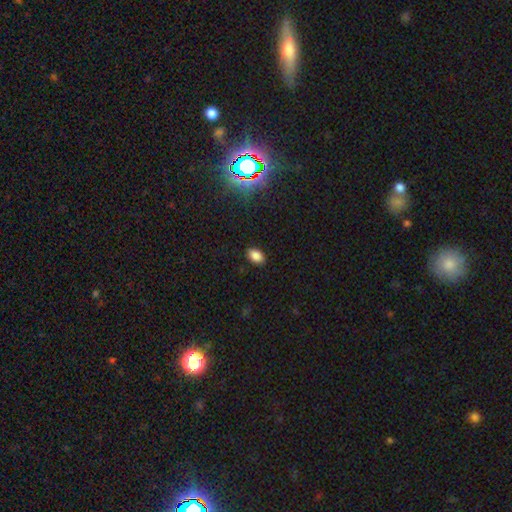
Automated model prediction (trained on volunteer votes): This appears to be a smooth galaxy with no disk features (85%) that is in between round and cigar-shaped (90%). Merging: none (88%).